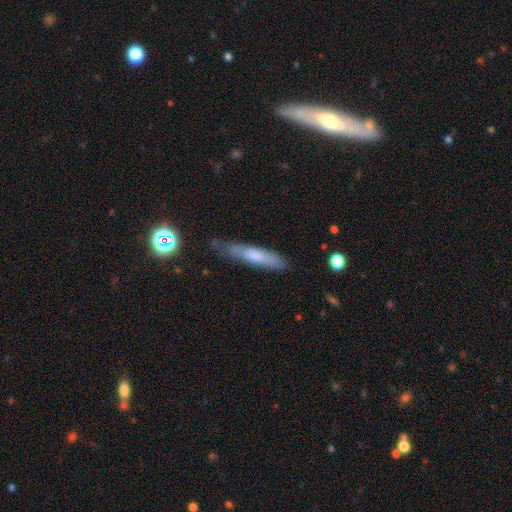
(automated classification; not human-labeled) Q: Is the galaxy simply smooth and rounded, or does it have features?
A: smooth — 63%.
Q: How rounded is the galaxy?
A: cigar-shaped — 83%.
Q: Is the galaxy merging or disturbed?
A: none — 63%.